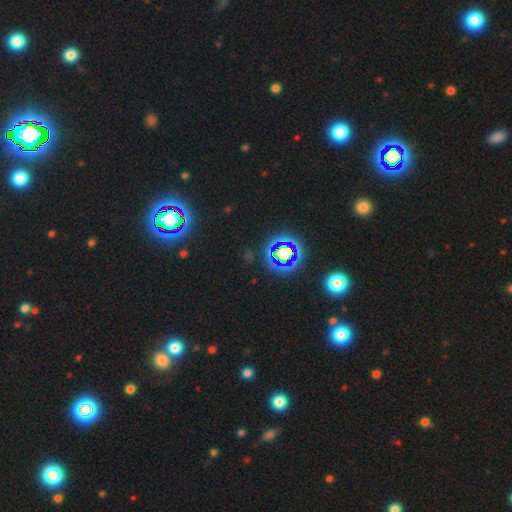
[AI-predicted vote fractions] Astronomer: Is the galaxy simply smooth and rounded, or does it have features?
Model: star or artifact — 77%.